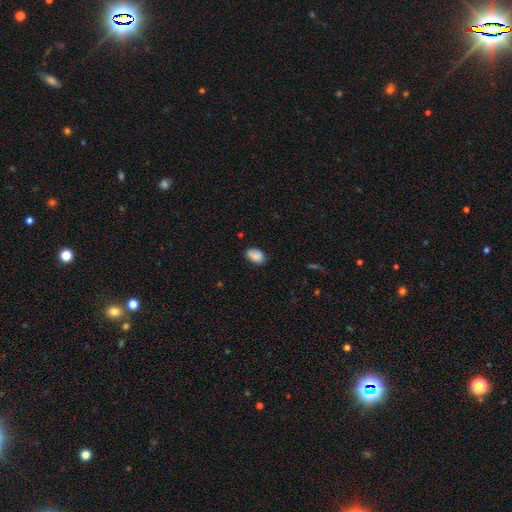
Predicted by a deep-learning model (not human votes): This is clearly a smooth galaxy (85%). How rounded: clearly in between (86%). Merging: likely none (68%).